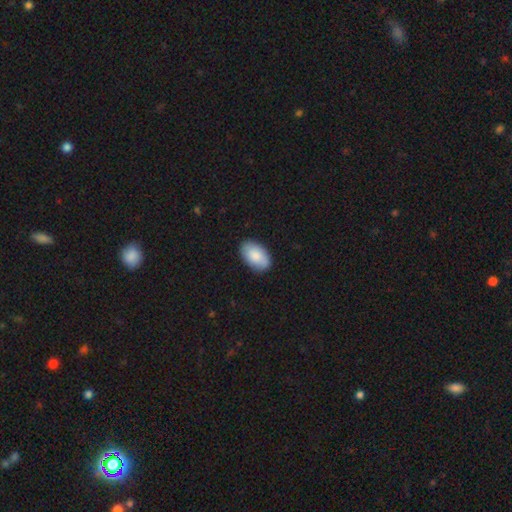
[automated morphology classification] This appears to be a smooth galaxy with no disk features (86%) that is in between round and cigar-shaped (94%). Merging: none (87%).